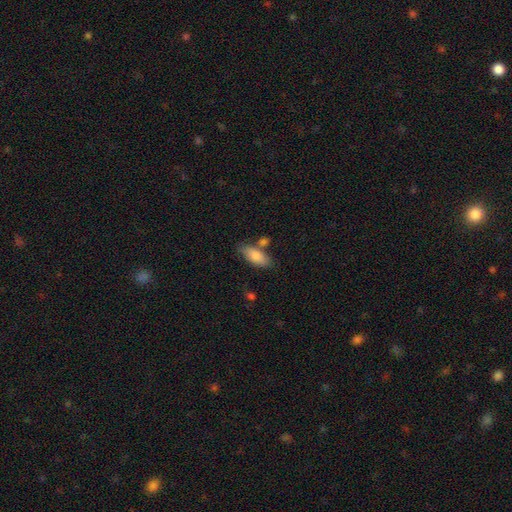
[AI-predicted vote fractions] smooth 83%, featured or disk 10%, star or artifact 6%. Down the decision tree: how rounded — in between (81%); merging — none (65%).